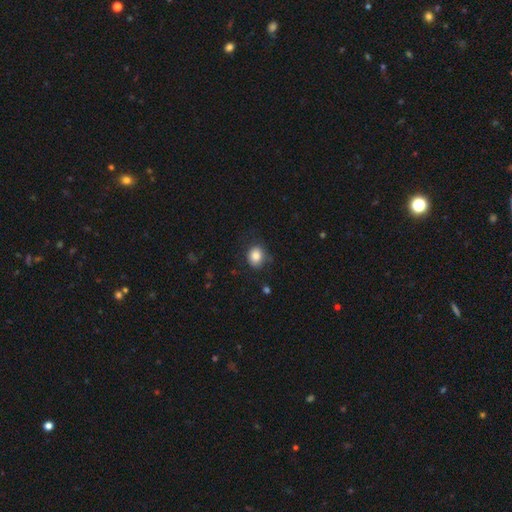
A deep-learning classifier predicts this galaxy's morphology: smooth 84%, star or artifact 9%, featured or disk 7%. Down the decision tree: how rounded — round (61%); merging — none (74%).